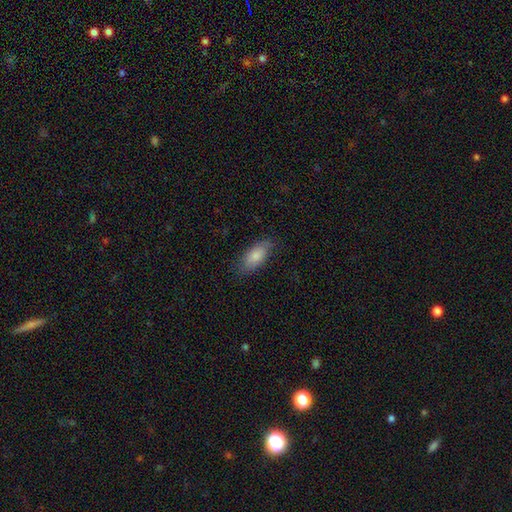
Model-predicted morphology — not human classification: The model was most divided on "merging": none: 77%, minor disturbance: 17%, major disturbance: 4%, merger: 1%. More confident: how rounded — in between (87%); smooth or featured — smooth (81%).